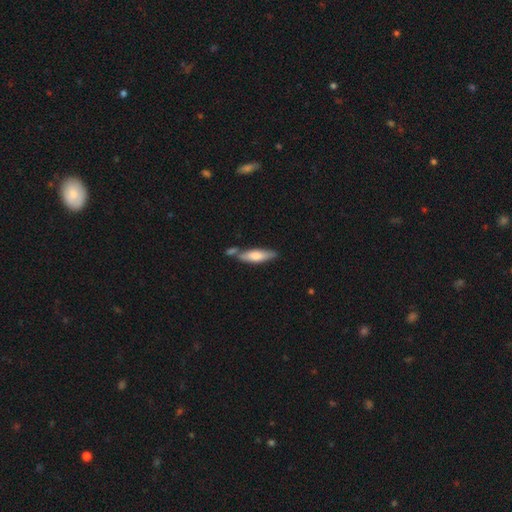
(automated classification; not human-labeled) Morphology: type=smooth (65%); roundness=cigar-shaped (65%); merging=none (57%).